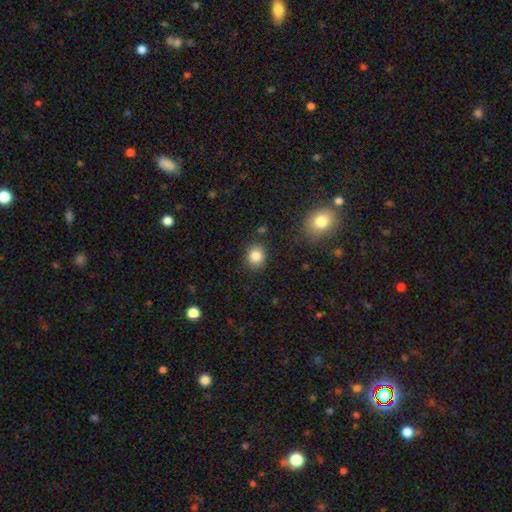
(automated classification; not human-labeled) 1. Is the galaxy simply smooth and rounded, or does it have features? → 84% smooth, 10% star or artifact, 6% featured or disk.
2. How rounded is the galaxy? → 69% round, 30% in between, 1% cigar-shaped.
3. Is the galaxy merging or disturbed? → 85% none, 10% minor disturbance, 3% major disturbance, 2% merger.